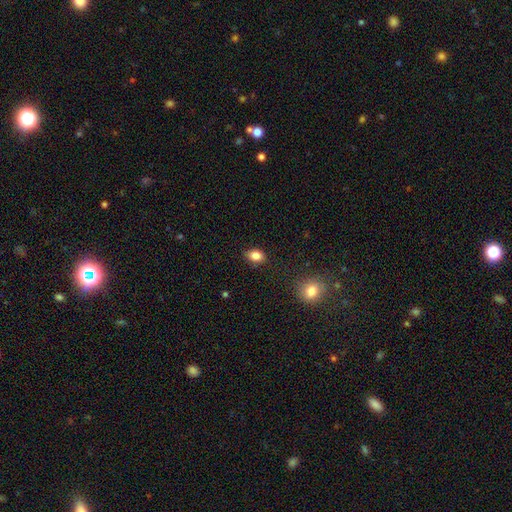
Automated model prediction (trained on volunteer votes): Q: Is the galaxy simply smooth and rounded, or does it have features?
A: smooth — 84%.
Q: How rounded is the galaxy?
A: in between — 76%.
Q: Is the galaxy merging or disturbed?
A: none — 82%.